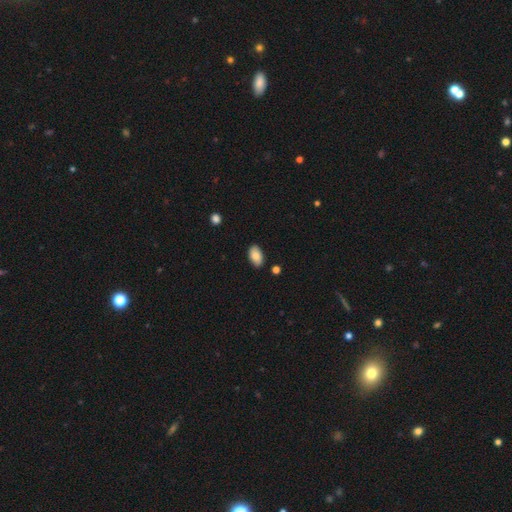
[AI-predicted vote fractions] smooth 86%, featured or disk 7%, star or artifact 7%. Down the decision tree: how rounded — in between (94%); merging — none (85%).